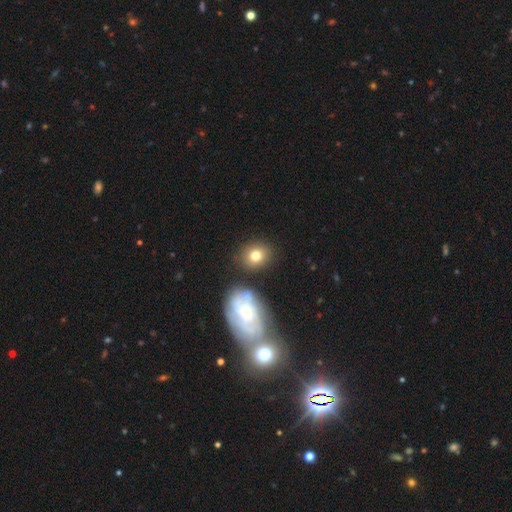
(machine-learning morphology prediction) type=smooth (73%); roundness=round (72%); merging=none (81%).